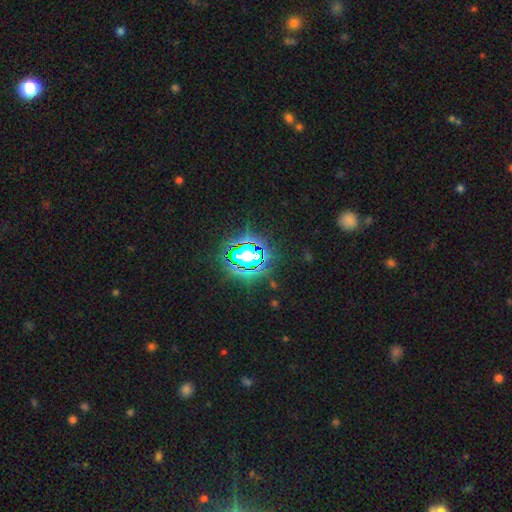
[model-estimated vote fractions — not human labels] Smooth or featured: star or artifact — 72% (smooth — 17%)